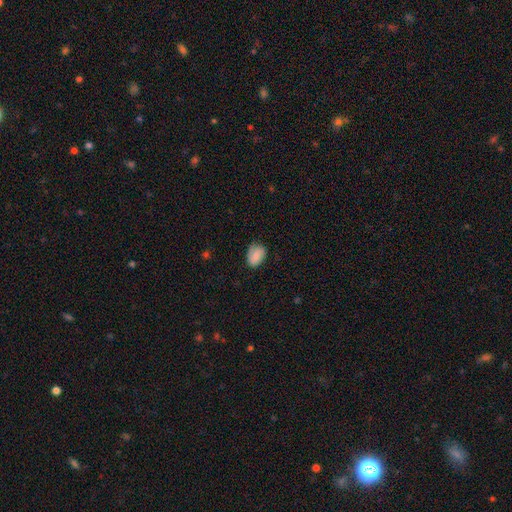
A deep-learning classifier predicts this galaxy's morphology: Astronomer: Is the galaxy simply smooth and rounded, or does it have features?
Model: smooth — 75%.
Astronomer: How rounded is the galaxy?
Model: in between — 75%.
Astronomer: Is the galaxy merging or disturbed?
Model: none — 65%.